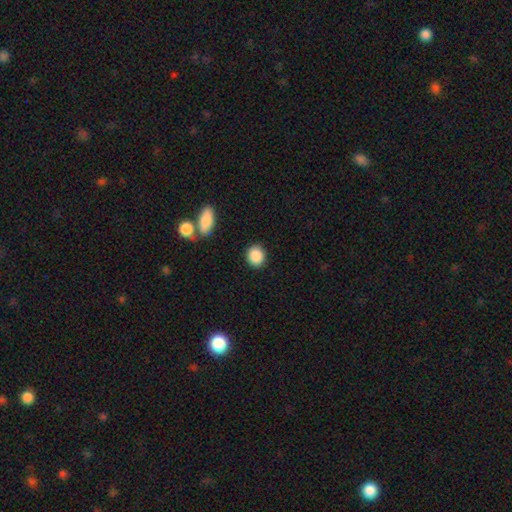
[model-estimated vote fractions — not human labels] smooth 89%, star or artifact 8%, featured or disk 4%. Down the decision tree: how rounded — round (72%); merging — none (87%).